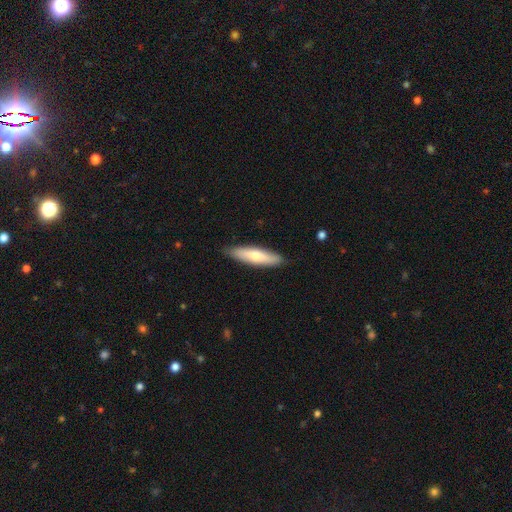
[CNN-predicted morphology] Smooth or featured?
  - smooth: 65% *
  - featured or disk: 30%
  - star or artifact: 5%
How rounded?
  - cigar-shaped: 69% *
  - in between: 29%
  - round: 2%
Merging?
  - none: 87% *
  - minor disturbance: 10%
  - major disturbance: 2%
  - merger: 1%